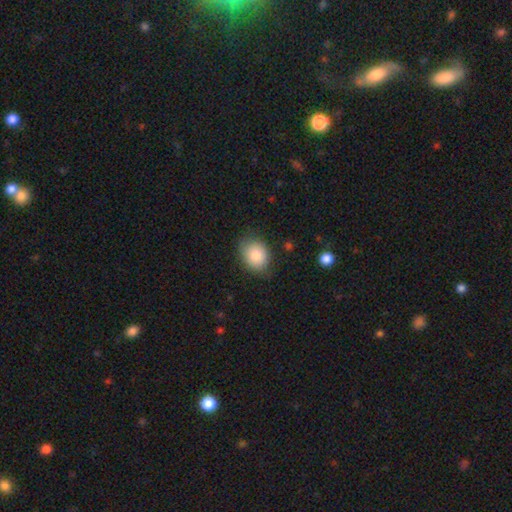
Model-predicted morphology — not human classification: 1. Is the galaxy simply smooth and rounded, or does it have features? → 83% smooth, 9% featured or disk, 8% star or artifact.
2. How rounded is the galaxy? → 51% round, 48% in between, 1% cigar-shaped.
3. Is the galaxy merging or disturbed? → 74% none, 20% minor disturbance, 4% major disturbance, 1% merger.